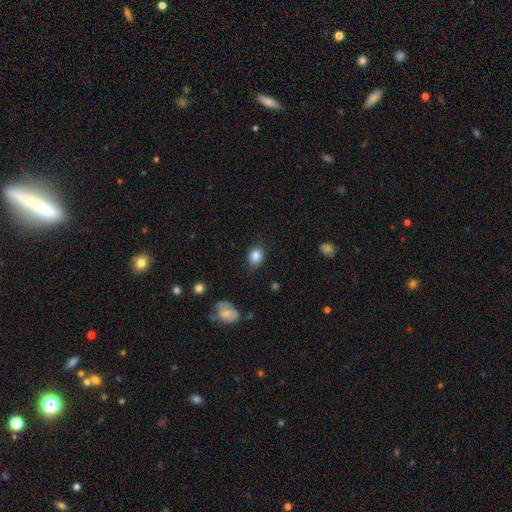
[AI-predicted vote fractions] Morphology: type=smooth (85%); roundness=in between (61%); merging=none (82%).